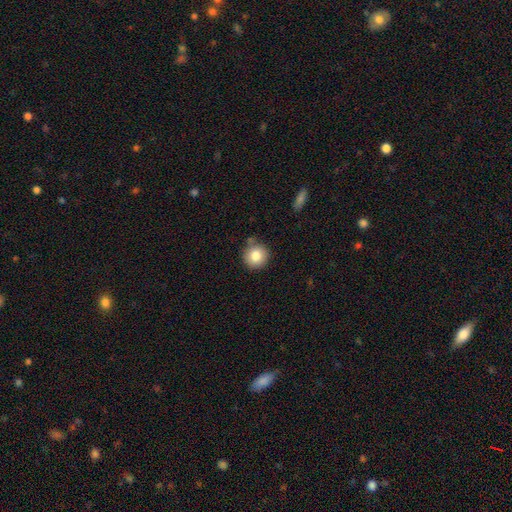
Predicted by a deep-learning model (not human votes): Overall: smooth (82%). How rounded: round (93%). Merging: none (79%).